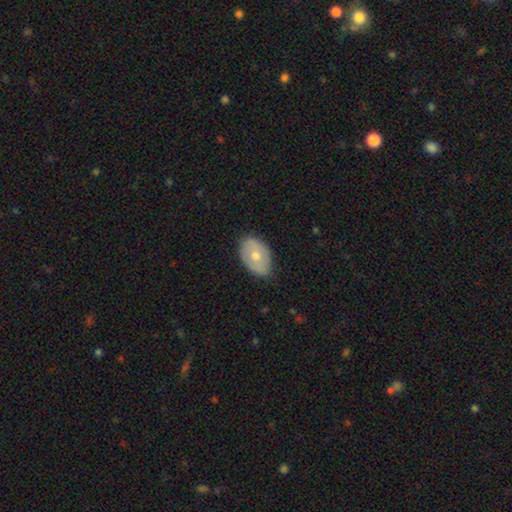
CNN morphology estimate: Overall: smooth (59%; featured or disk 35%). How rounded: in between (85%). Merging: none (80%).